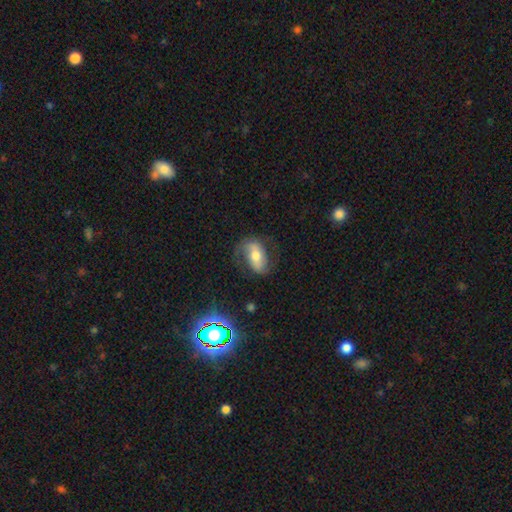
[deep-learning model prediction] Smooth or featured? featured or disk (61%)
Edge-on disk? no (94%)
Bar? strong (38%)
Spiral arms? yes (85%)
Bulge size? moderate (65%)
Merging? none (67%)